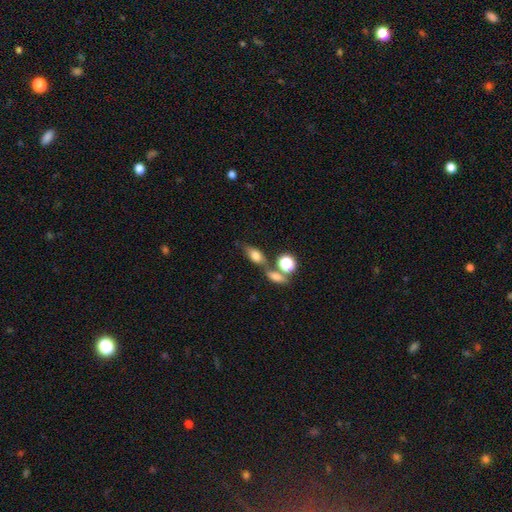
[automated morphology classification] Smooth or featured?
  - smooth: 69% *
  - featured or disk: 20%
  - star or artifact: 11%
How rounded?
  - in between: 75% *
  - round: 13%
  - cigar-shaped: 11%
Merging?
  - none: 56% *
  - merger: 25%
  - minor disturbance: 14%
  - major disturbance: 6%